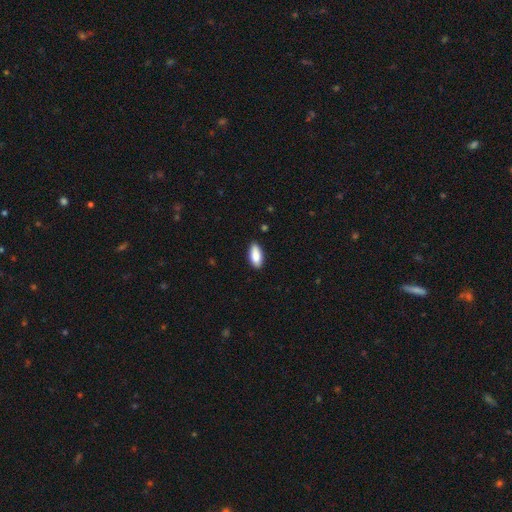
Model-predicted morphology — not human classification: Smooth or featured? Predicted: smooth (p=0.88). How rounded? Predicted: in between (p=0.86). Merging? Predicted: none (p=0.87).